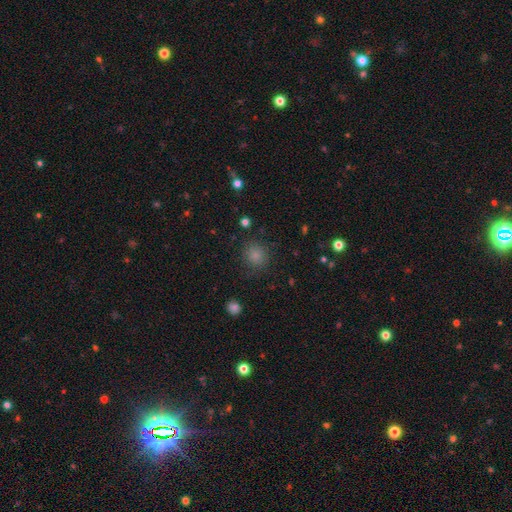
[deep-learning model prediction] Smooth or featured: smooth — 81% (star or artifact — 13%)
How rounded: round — 83% (in between — 16%)
Merging: none — 83% (minor disturbance — 11%)